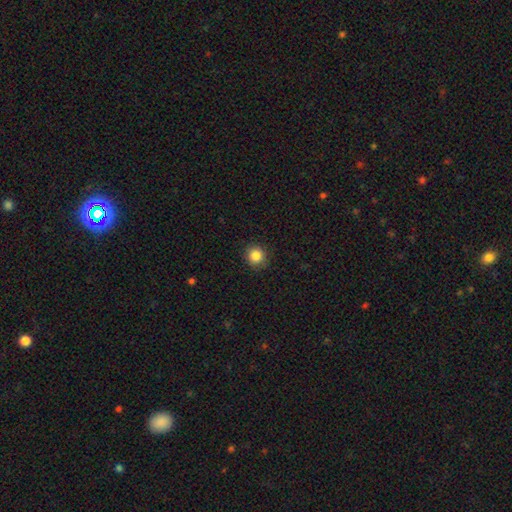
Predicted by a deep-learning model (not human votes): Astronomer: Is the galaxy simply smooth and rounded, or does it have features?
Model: smooth — 86%.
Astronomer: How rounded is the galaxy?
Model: round — 91%.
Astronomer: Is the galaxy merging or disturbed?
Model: none — 90%.